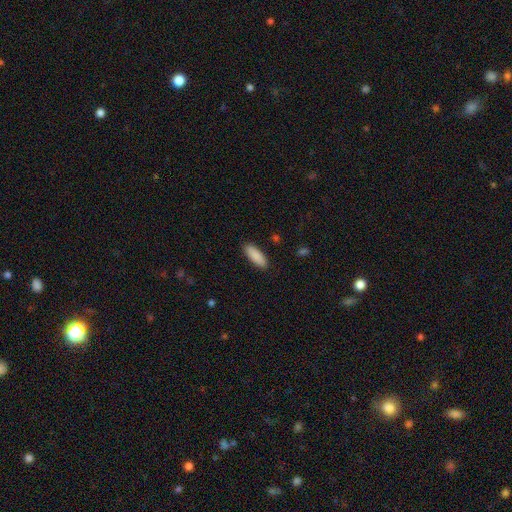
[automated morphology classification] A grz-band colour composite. It shows a smooth galaxy with no disk features (89%) that is in between round and cigar-shaped (66%). Merging: none (89%).